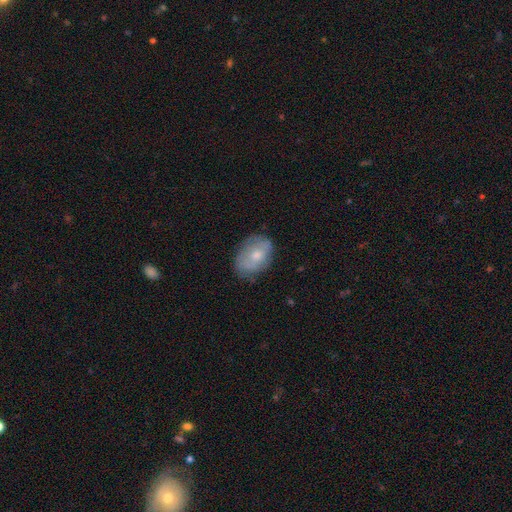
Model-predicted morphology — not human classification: Q: Smooth or featured?
A: smooth (61%); runner-up: featured or disk (31%)
Q: How rounded?
A: in between (80%); runner-up: round (18%)
Q: Merging?
A: none (67%); runner-up: minor disturbance (24%)